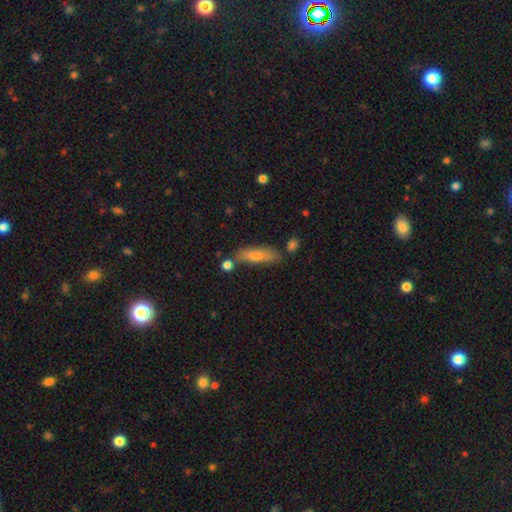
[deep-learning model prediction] Smooth or featured?
  - smooth: 65% *
  - featured or disk: 27%
  - star or artifact: 7%
How rounded?
  - cigar-shaped: 59% *
  - in between: 38%
  - round: 3%
Merging?
  - none: 67% *
  - minor disturbance: 18%
  - merger: 10%
  - major disturbance: 5%